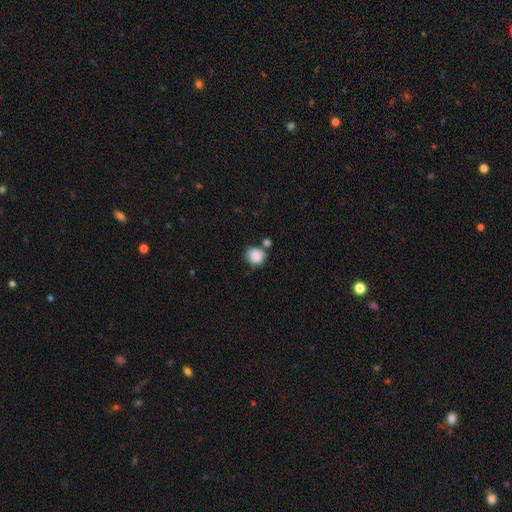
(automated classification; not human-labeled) Smooth or featured? Predicted: smooth (p=0.87). How rounded? Predicted: round (p=0.78). Merging? Predicted: none (p=0.63).